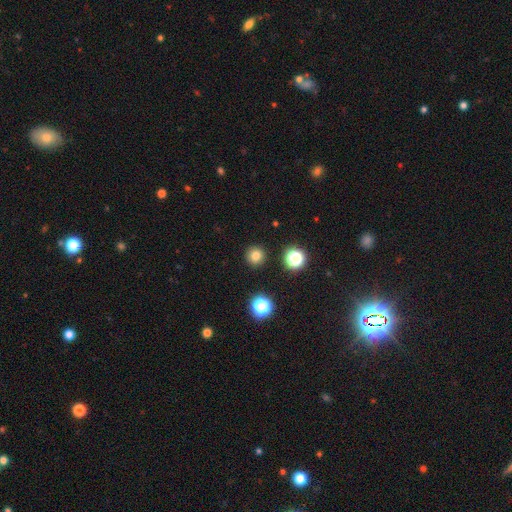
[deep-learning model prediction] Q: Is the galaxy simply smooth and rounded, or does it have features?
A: smooth — 78%.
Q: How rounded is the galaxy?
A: round — 95%.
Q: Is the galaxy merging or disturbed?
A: none — 92%.